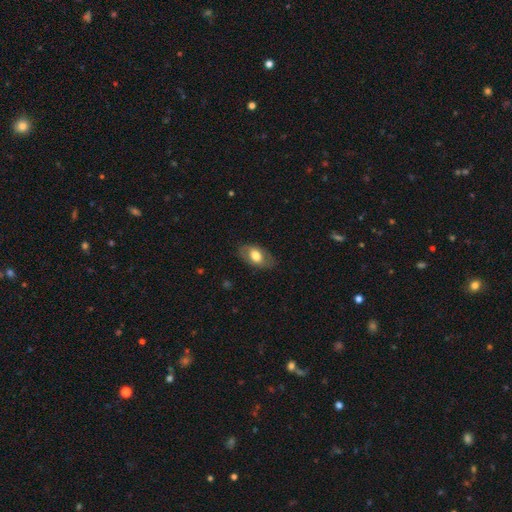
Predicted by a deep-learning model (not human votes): Smooth or featured: smooth — 66% (featured or disk — 28%)
How rounded: in between — 91% (round — 8%)
Merging: none — 78% (minor disturbance — 16%)